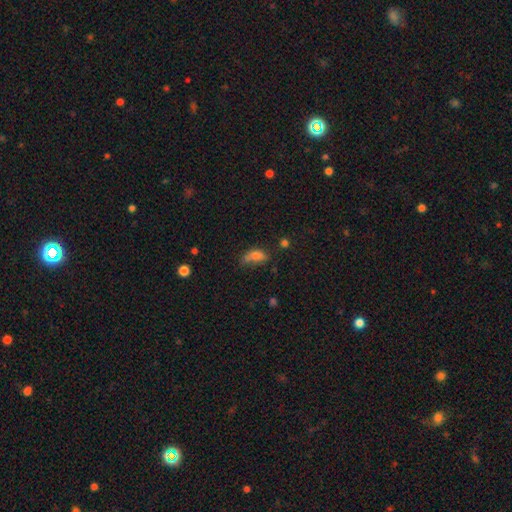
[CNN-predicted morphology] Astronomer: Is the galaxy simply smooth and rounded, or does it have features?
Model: smooth — 73%.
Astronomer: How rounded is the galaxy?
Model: in between — 82%.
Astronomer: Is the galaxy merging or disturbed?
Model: none — 34% (runner-up: minor disturbance, 30%).